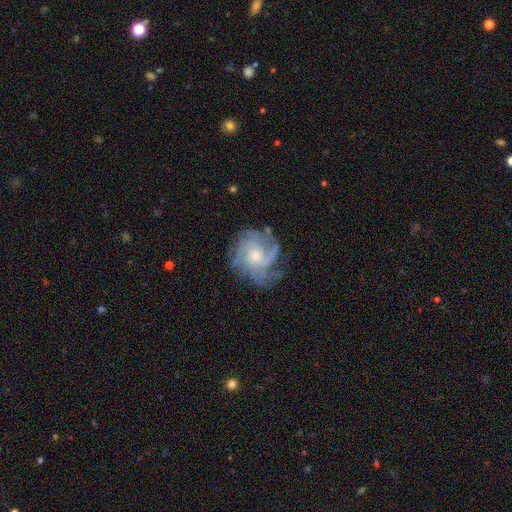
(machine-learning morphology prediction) This is clearly a featured or disk galaxy (81%). It is clearly not viewed edge-on (98%). Bar: likely no (78%). Spiral arm pattern: clearly yes (93%). Spiral arm count: marginally can't tell (31%). Spiral winding: possibly tight (51%). Central bulge: likely small (62%). Merging: likely none (68%).